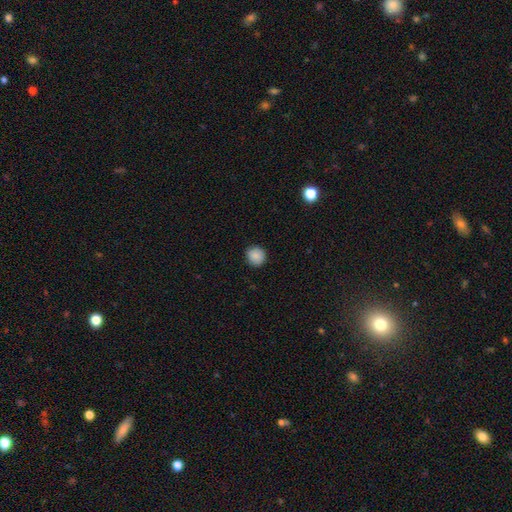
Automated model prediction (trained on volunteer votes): The model was most divided on "how rounded": round: 89%, in between: 10%, cigar-shaped: 1%. More confident: merging — none (90%); smooth or featured — smooth (88%).